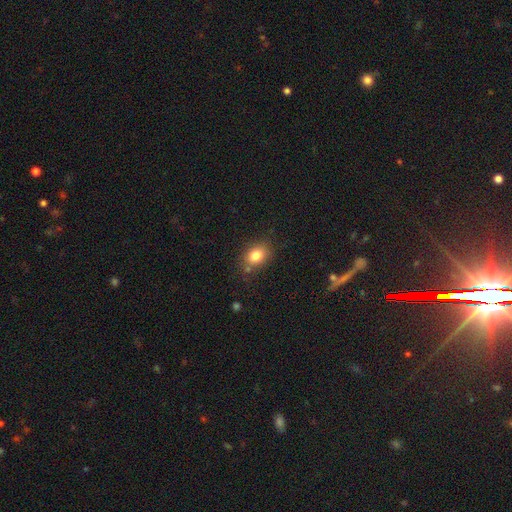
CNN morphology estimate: A smooth galaxy with no disk features (81%) that is in between round and cigar-shaped (60%).

Vote fractions:
- Smooth or featured? smooth: 81% / star or artifact: 10% / featured or disk: 9%
- How rounded? in between: 60% / round: 39% / cigar-shaped: 1%
- Merging? none: 76% / minor disturbance: 15% / merger: 5% / major disturbance: 4%